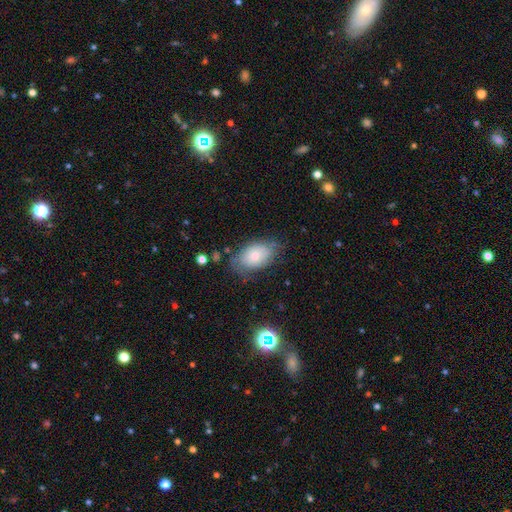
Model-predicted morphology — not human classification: Smooth or featured? smooth (75%)
How rounded? in between (91%)
Merging? none (64%)